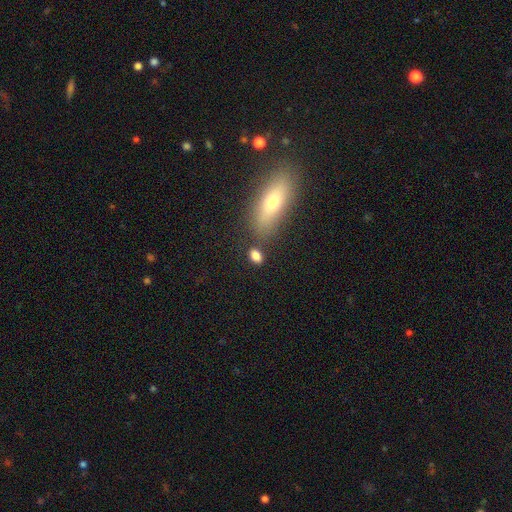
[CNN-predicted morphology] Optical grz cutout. It shows a smooth galaxy with no disk features (82%) that is in between round and cigar-shaped (77%). Merging: none (72%).